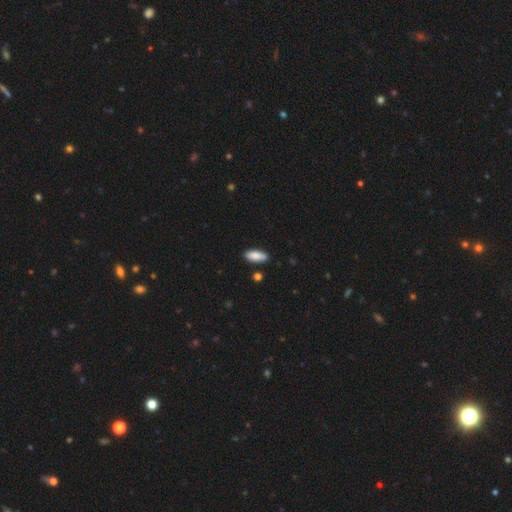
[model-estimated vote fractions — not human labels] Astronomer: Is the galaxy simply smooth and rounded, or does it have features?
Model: smooth — 86%.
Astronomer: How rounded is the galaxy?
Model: in between — 74%.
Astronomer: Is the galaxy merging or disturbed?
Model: none — 86%.